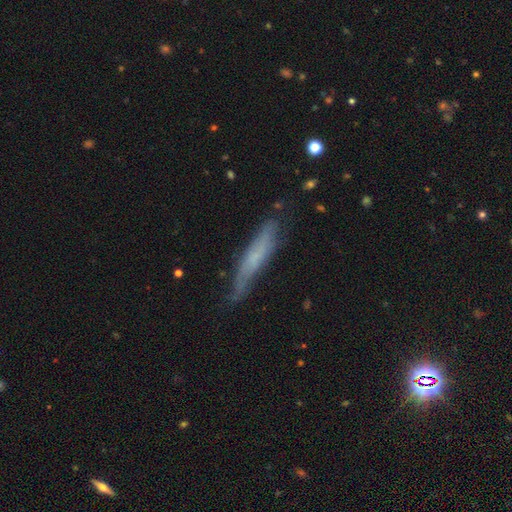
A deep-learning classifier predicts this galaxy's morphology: Q: Smooth or featured?
A: smooth (50%); runner-up: featured or disk (42%)
Q: How rounded?
A: cigar-shaped (89%); runner-up: in between (10%)
Q: Merging?
A: none (67%); runner-up: minor disturbance (25%)